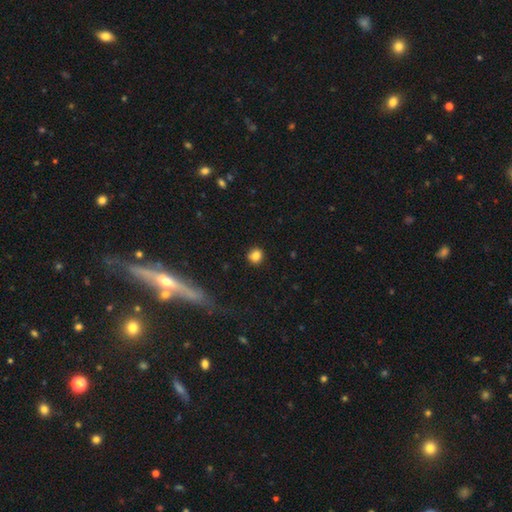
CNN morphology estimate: type=smooth (84%); roundness=round (88%); merging=none (89%).